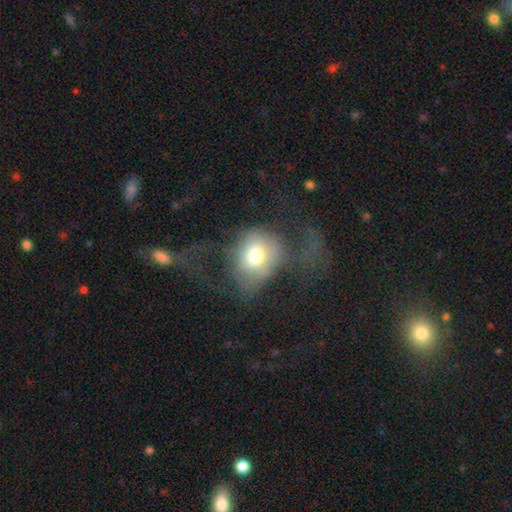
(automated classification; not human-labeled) Smooth or featured? Predicted: smooth (p=0.64). How rounded? Predicted: round (p=0.59). Merging? Predicted: major disturbance (p=0.58).